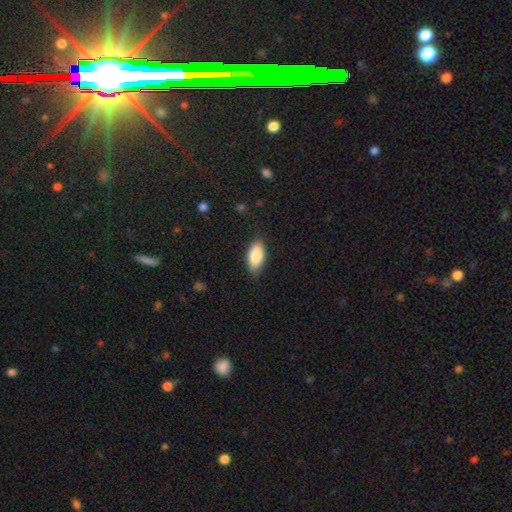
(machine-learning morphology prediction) This is clearly a smooth galaxy (85%). How rounded: clearly in between (90%). Merging: clearly none (84%).